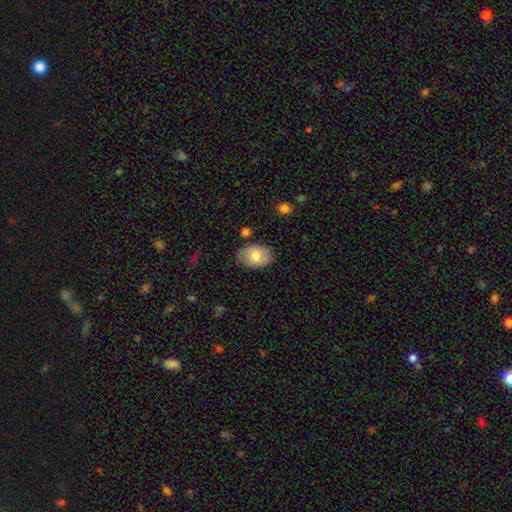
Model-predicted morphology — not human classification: Smooth or featured: smooth — 75% (featured or disk — 18%)
How rounded: in between — 84% (round — 15%)
Merging: none — 80% (minor disturbance — 15%)